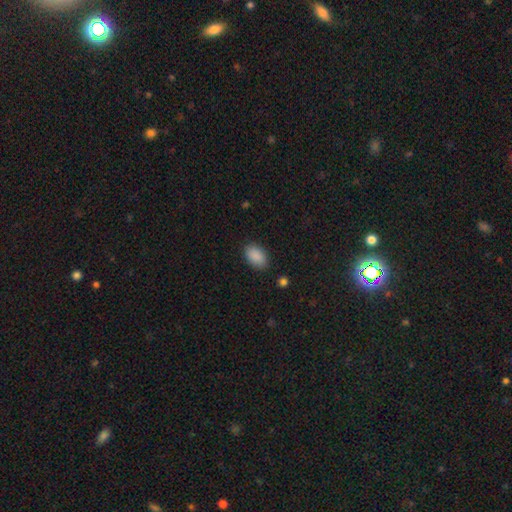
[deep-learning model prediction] This appears to be a smooth galaxy with no disk features (90%) that is in between round and cigar-shaped (91%). Merging: none (86%).